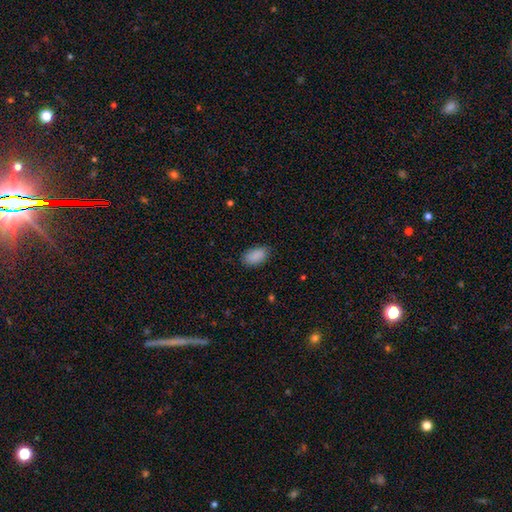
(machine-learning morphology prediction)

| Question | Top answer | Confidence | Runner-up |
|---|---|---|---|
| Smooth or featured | smooth | 89% | star or artifact (7%) |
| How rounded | in between | 93% | round (5%) |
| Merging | none | 80% | minor disturbance (16%) |